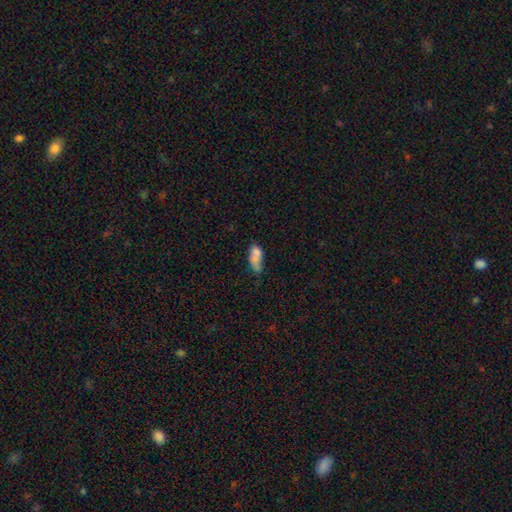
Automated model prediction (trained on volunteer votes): The model was most divided on "merging": merger: 31%, none: 28%, minor disturbance: 24%, major disturbance: 17%. More confident: how rounded — in between (81%); smooth or featured — smooth (67%).